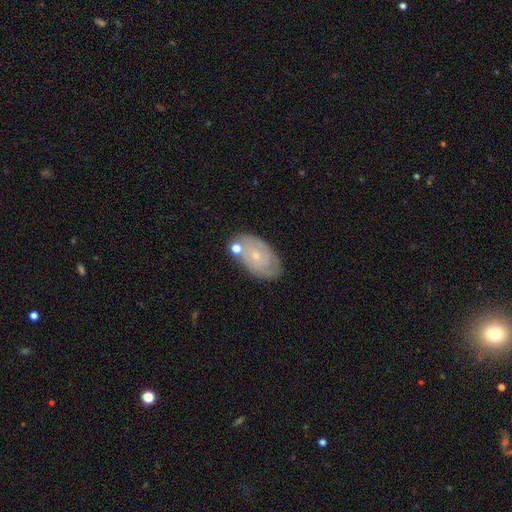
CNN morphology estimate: The model was most divided on "smooth or featured": featured or disk: 63%, smooth: 30%, star or artifact: 7%. More confident: edge-on disk — no (95%); bar — no (80%); spiral arms — yes (77%); bulge size — small (76%); merging — none (68%).